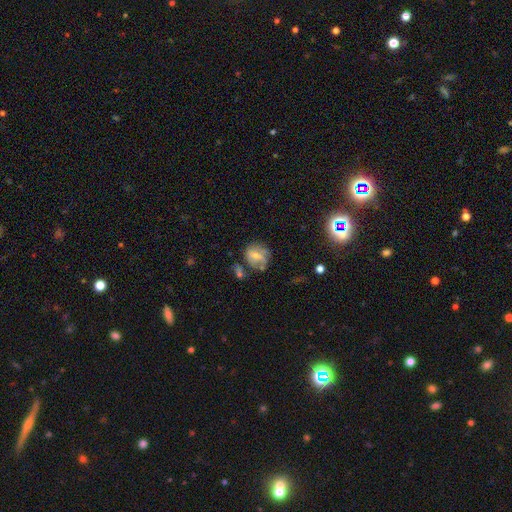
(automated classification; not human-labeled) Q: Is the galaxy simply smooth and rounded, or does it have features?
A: smooth — 49%.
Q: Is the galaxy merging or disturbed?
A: none — 52%.